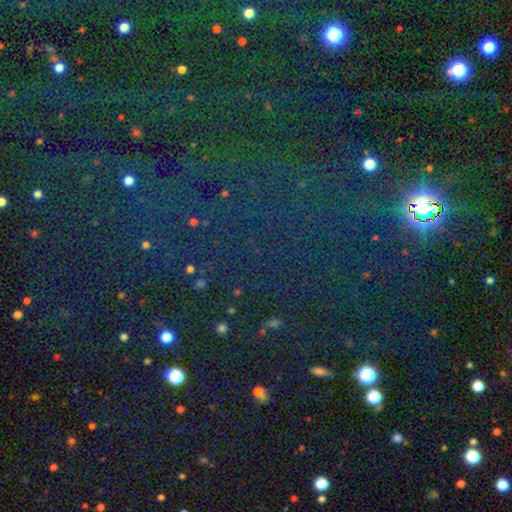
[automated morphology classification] A star or artifact, not a galaxy (77%).